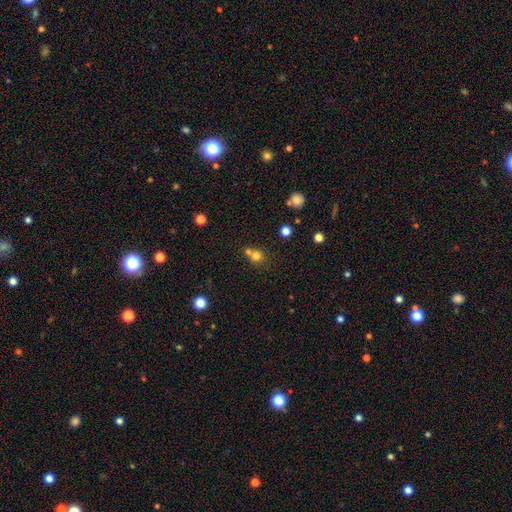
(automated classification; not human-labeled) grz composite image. It shows a smooth galaxy with no disk features (75%) that is round (88%). Merging: none (51%).